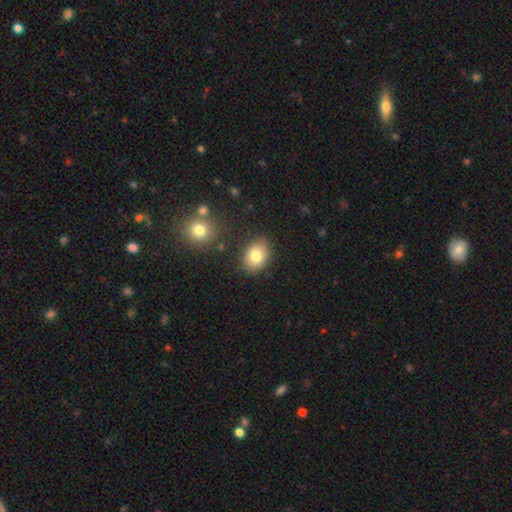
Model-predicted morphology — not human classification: smooth-or-featured: smooth: 81% | featured or disk: 10% | star or artifact: 9%
  how-rounded: in between: 65% | round: 34% | cigar-shaped: 1%
  merging: none: 81% | minor disturbance: 12% | merger: 4% | major disturbance: 3%